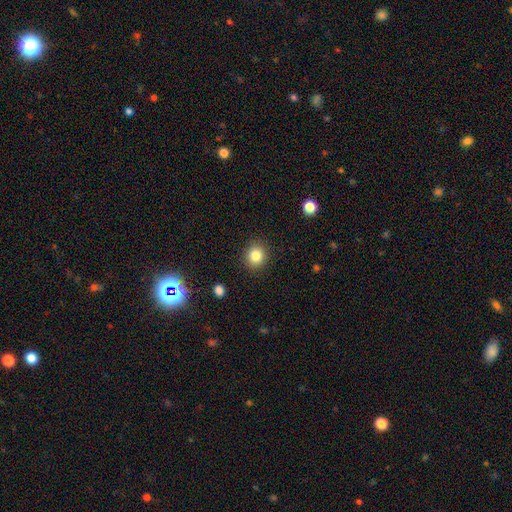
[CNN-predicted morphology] smooth 83%, star or artifact 11%, featured or disk 6%. Down the decision tree: how rounded — round (83%); merging — none (89%).